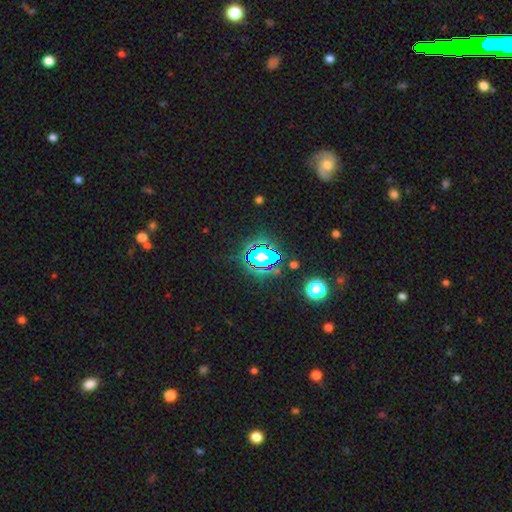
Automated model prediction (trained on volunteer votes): A star or artifact, not a galaxy (64%).

Vote fractions:
- Smooth or featured? star or artifact: 64% / smooth: 23% / featured or disk: 14%